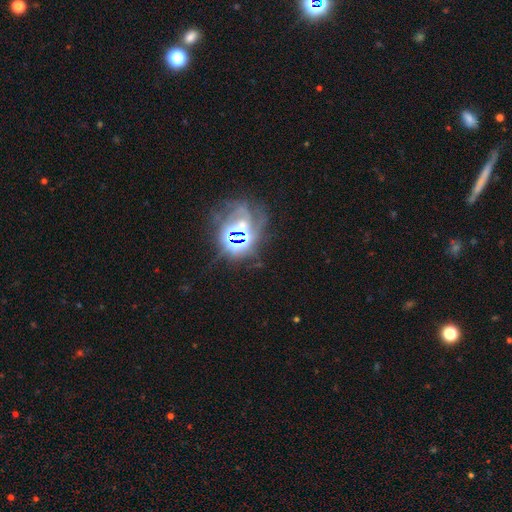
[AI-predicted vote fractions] smooth-or-featured: star or artifact: 60% | featured or disk: 27% | smooth: 13%